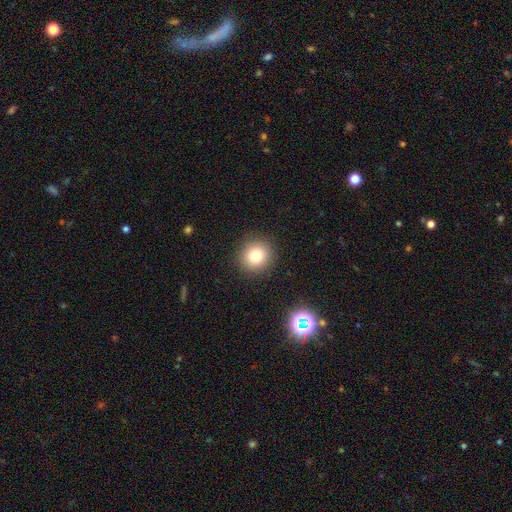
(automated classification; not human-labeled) Smooth or featured?
  - smooth: 79% *
  - star or artifact: 12%
  - featured or disk: 9%
How rounded?
  - round: 91% *
  - in between: 8%
  - cigar-shaped: 1%
Merging?
  - none: 90% *
  - minor disturbance: 6%
  - major disturbance: 2%
  - merger: 1%